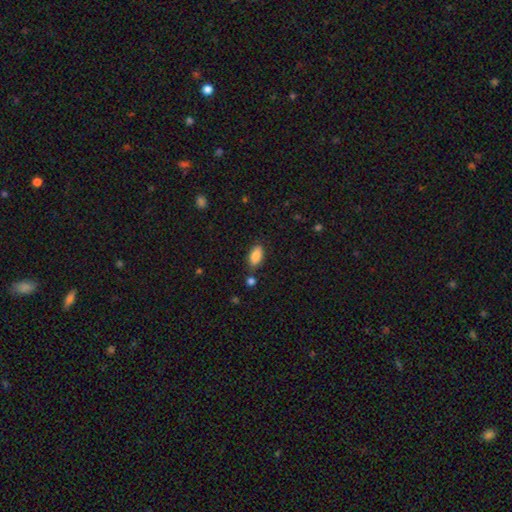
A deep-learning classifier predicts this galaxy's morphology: This appears to be a smooth galaxy with no disk features (87%) that is in between round and cigar-shaped (90%). Merging: none (82%).